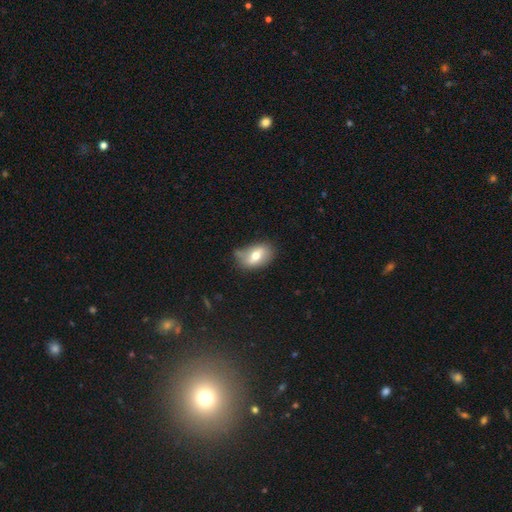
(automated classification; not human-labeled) Smooth or featured? Predicted: smooth (p=0.64). How rounded? Predicted: in between (p=0.85). Merging? Predicted: none (p=0.57).